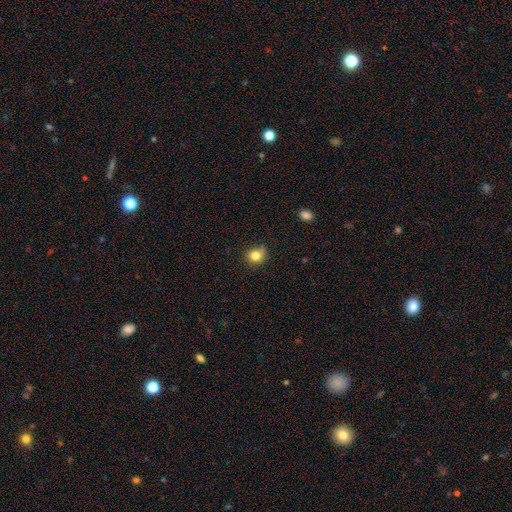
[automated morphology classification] Overall: smooth (81%). How rounded: round (80%). Merging: none (71%).